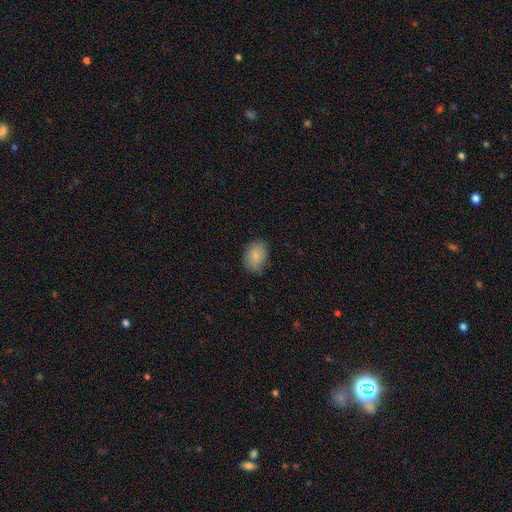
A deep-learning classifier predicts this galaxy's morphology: smooth-or-featured: smooth: 82% | featured or disk: 10% | star or artifact: 8%
  how-rounded: in between: 63% | round: 36% | cigar-shaped: 1%
  merging: none: 68% | minor disturbance: 26% | major disturbance: 5% | merger: 1%